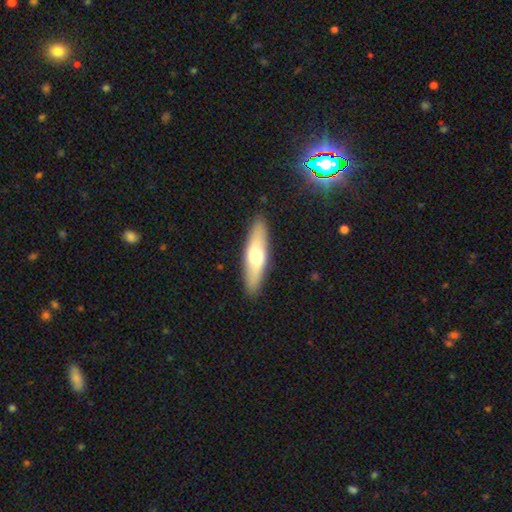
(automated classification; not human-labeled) Overall: smooth (56%; featured or disk 39%). How rounded: cigar-shaped (64%; in between 33%). Merging: none (89%).